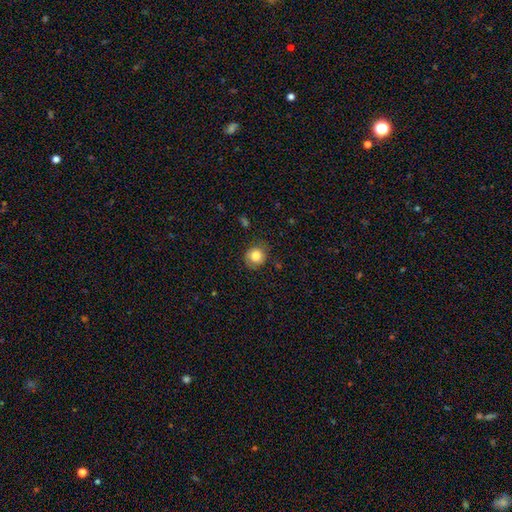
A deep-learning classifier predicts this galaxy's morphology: Q: Smooth or featured?
A: smooth (82%); runner-up: star or artifact (9%)
Q: How rounded?
A: round (82%); runner-up: in between (17%)
Q: Merging?
A: none (78%); runner-up: minor disturbance (16%)